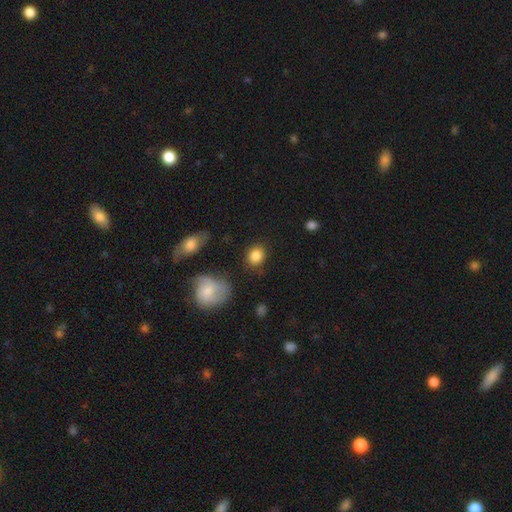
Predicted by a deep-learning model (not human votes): Smooth or featured?
  - smooth: 86% *
  - star or artifact: 8%
  - featured or disk: 6%
How rounded?
  - round: 62% *
  - in between: 36%
  - cigar-shaped: 1%
Merging?
  - none: 80% *
  - minor disturbance: 13%
  - major disturbance: 4%
  - merger: 3%